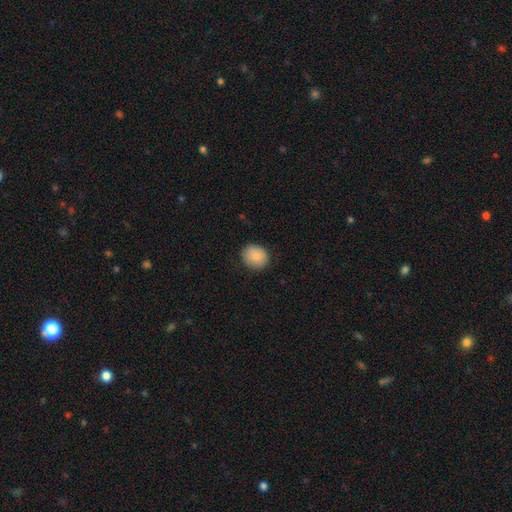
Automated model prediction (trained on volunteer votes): Overall: smooth (84%). How rounded: round (75%). Merging: none (86%).